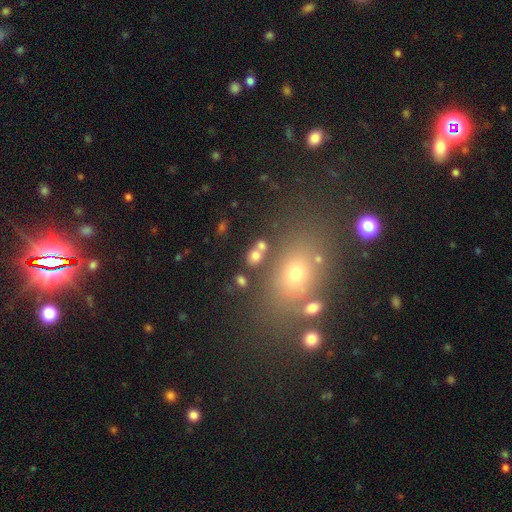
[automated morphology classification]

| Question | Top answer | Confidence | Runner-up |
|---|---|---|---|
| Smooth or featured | smooth | 73% | star or artifact (15%) |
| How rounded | in between | 62% | round (35%) |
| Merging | none | 58% | merger (24%) |